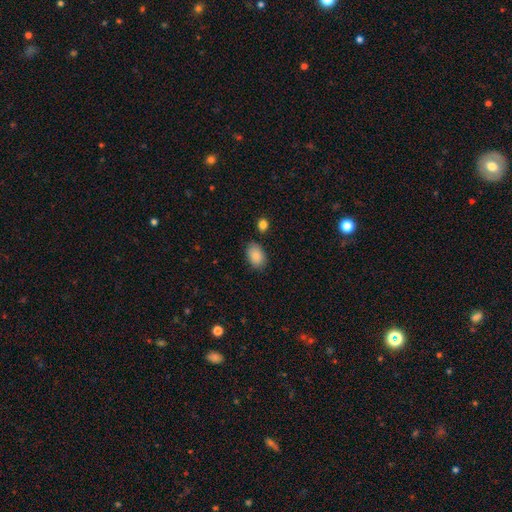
Q: Smooth or featured?
A: smooth (89%); runner-up: featured or disk (5%)
Q: How rounded?
A: in between (88%); runner-up: round (12%)
Q: Merging?
A: none (92%); runner-up: minor disturbance (8%)